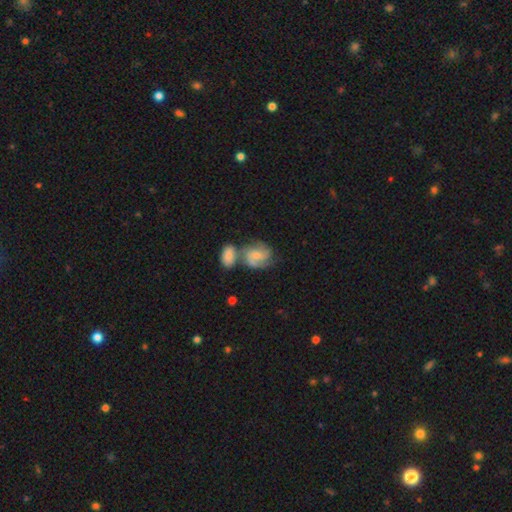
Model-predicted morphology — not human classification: featured or disk 71%, smooth 21%, star or artifact 8%. Down the decision tree: edge-on disk — no (97%); bar — no (51%); spiral arms — yes (94%); spiral arm count — 2 (56%); spiral winding — medium (45%); bulge size — small (52%); merging — none (42%).